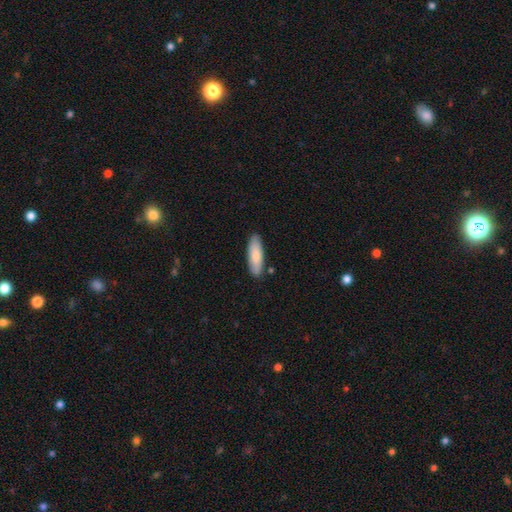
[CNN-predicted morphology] The model was most divided on "how rounded": in between: 54%, cigar-shaped: 44%, round: 2%. More confident: merging — none (85%); smooth or featured — smooth (82%).